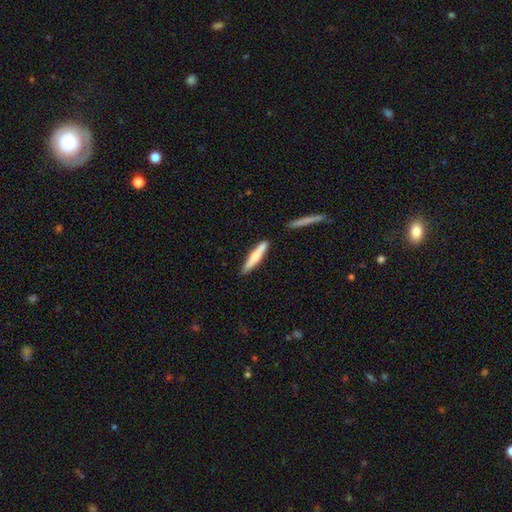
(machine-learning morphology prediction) A smooth galaxy with no disk features (61%) that is cigar-shaped (91%).

Vote fractions:
- Smooth or featured? smooth: 61% / featured or disk: 34% / star or artifact: 5%
- How rounded? cigar-shaped: 91% / in between: 8% / round: 1%
- Merging? none: 82% / minor disturbance: 11% / merger: 5% / major disturbance: 2%